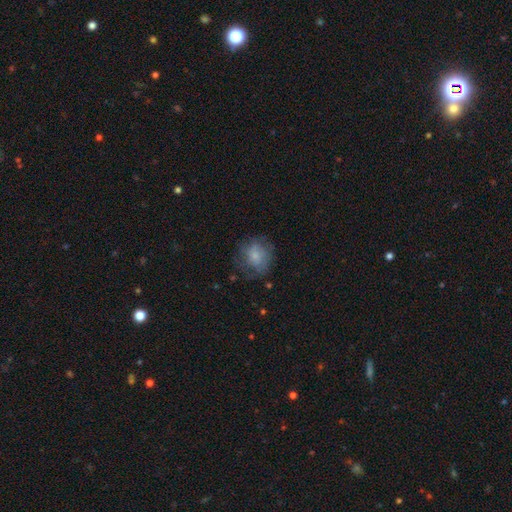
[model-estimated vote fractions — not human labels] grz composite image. It shows a smooth galaxy with no disk features (59%) that is round (76%). Merging: none (61%).